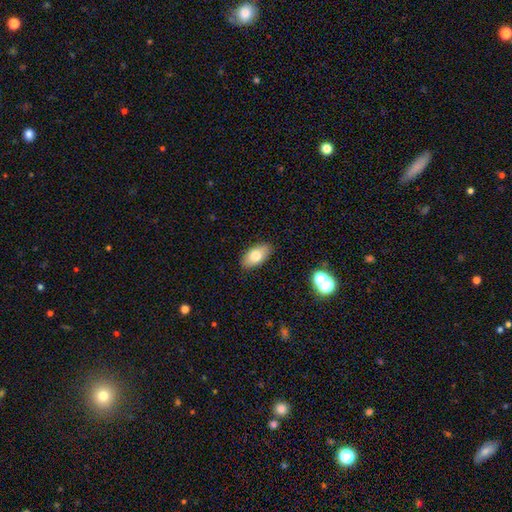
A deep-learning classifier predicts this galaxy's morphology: This is likely a smooth galaxy (78%). How rounded: clearly in between (92%). Merging: clearly none (88%).